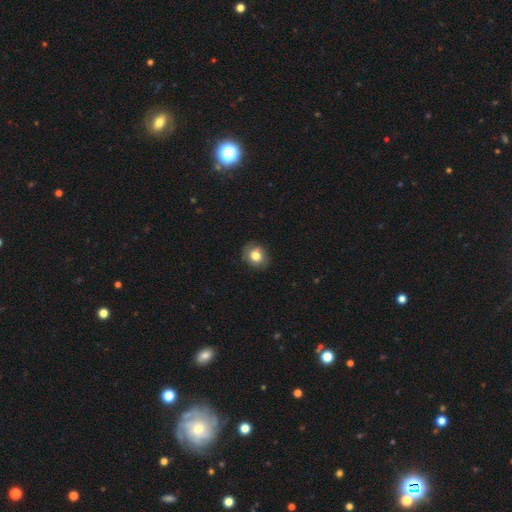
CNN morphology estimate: Q: Smooth or featured?
A: smooth (78%); runner-up: featured or disk (13%)
Q: How rounded?
A: round (67%); runner-up: in between (32%)
Q: Merging?
A: none (83%); runner-up: minor disturbance (13%)